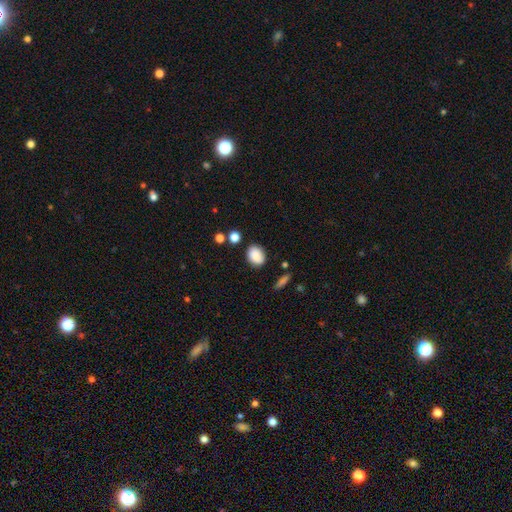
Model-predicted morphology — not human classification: smooth 87%, star or artifact 8%, featured or disk 5%. Down the decision tree: how rounded — in between (66%); merging — none (81%).